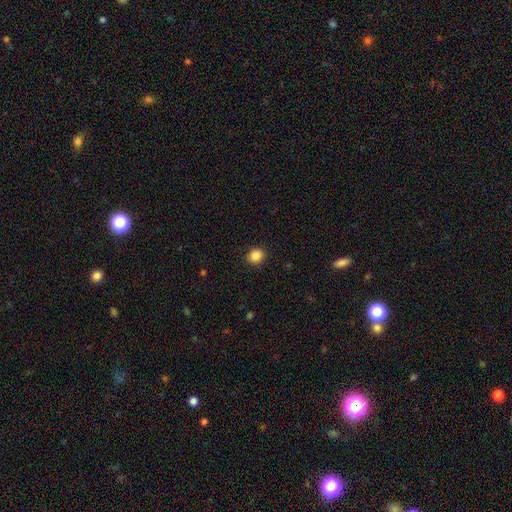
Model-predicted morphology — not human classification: A smooth galaxy with no disk features (87%) that is round (74%). Merging: none (91%).